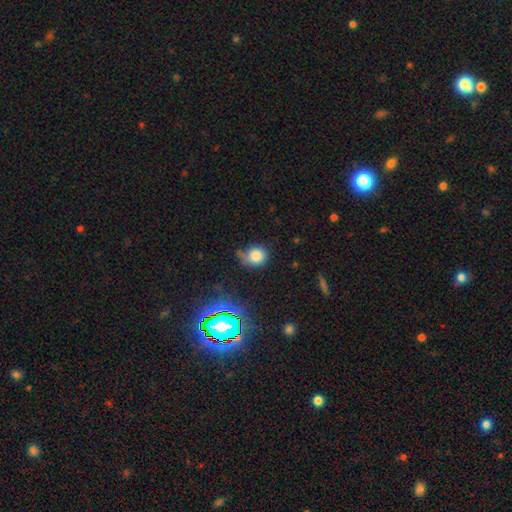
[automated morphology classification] Smooth or featured? Predicted: smooth (p=0.76). How rounded? Predicted: round (p=0.75). Merging? Predicted: none (p=0.44).